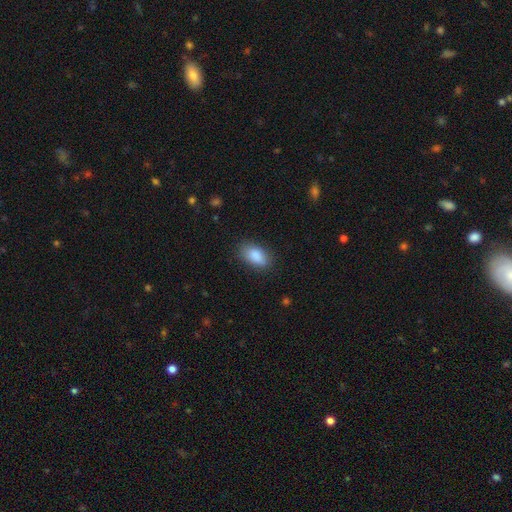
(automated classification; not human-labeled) This is clearly a smooth galaxy (88%). How rounded: clearly in between (91%). Merging: clearly none (81%).